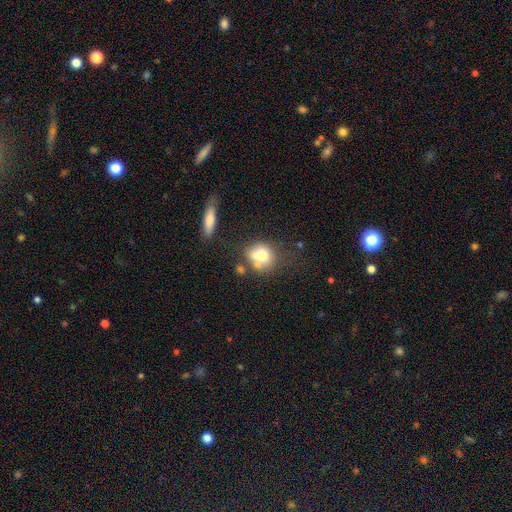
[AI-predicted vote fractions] smooth-or-featured: smooth: 67% | featured or disk: 23% | star or artifact: 10%
  how-rounded: round: 70% | in between: 28% | cigar-shaped: 2%
  merging: none: 40% | merger: 36% | minor disturbance: 15% | major disturbance: 8%